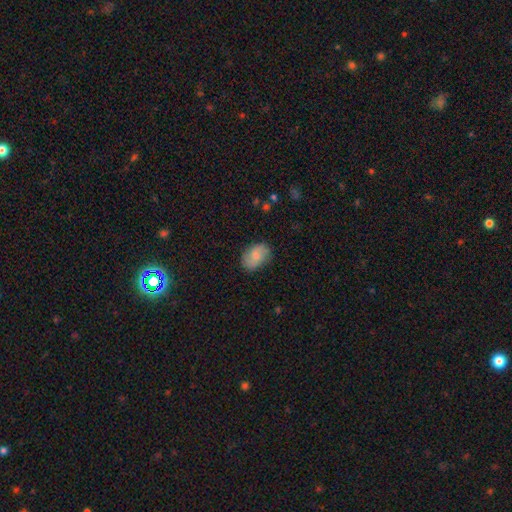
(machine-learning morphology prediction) The model was most divided on "smooth or featured": smooth: 65%, featured or disk: 28%, star or artifact: 7%. More confident: how rounded — in between (82%); merging — none (79%).